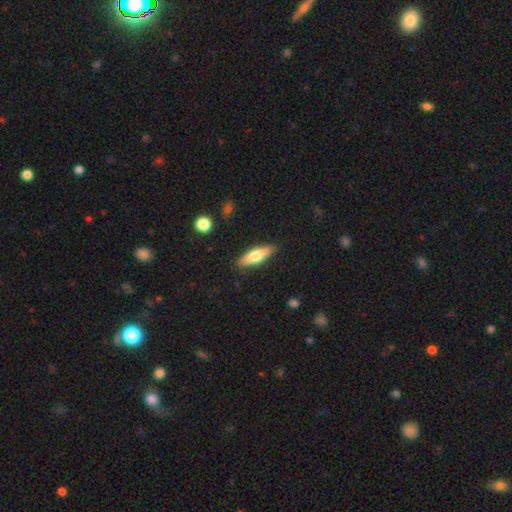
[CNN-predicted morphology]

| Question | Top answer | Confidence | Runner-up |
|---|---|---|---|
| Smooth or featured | smooth | 57% | featured or disk (37%) |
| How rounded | cigar-shaped | 57% | in between (41%) |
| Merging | none | 88% | minor disturbance (9%) |